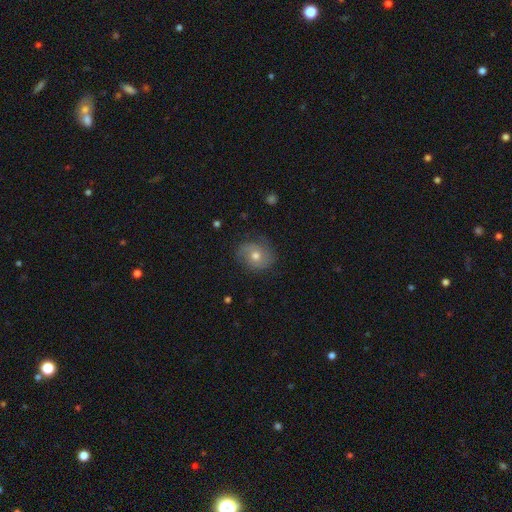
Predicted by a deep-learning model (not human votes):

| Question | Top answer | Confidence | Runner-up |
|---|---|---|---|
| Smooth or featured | featured or disk | 48% | smooth (42%) |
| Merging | none | 74% | minor disturbance (18%) |